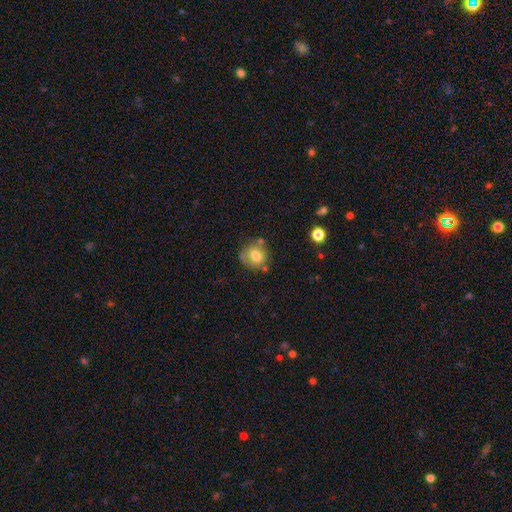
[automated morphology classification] Overall: smooth (73%). How rounded: round (81%). Merging: none (63%).